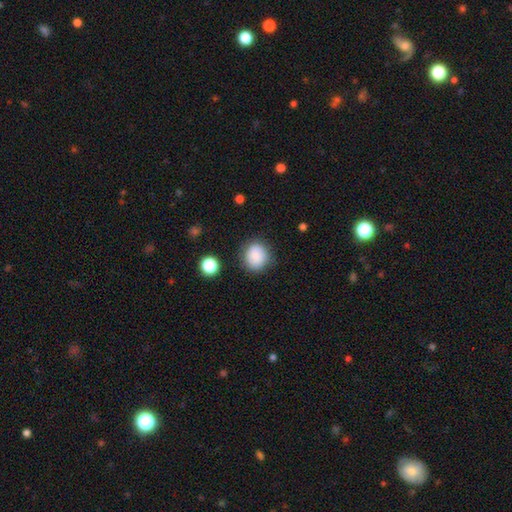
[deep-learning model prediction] This is clearly a smooth galaxy (85%). How rounded: likely round (78%). Merging: clearly none (81%).